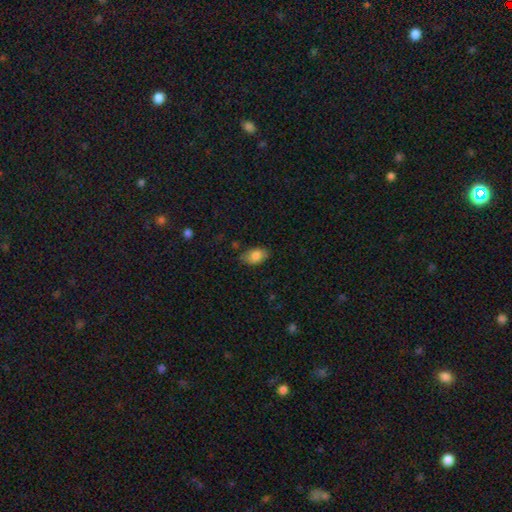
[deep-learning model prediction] This appears to be a smooth galaxy with no disk features (84%) that is in between round and cigar-shaped (90%). Merging: none (77%).